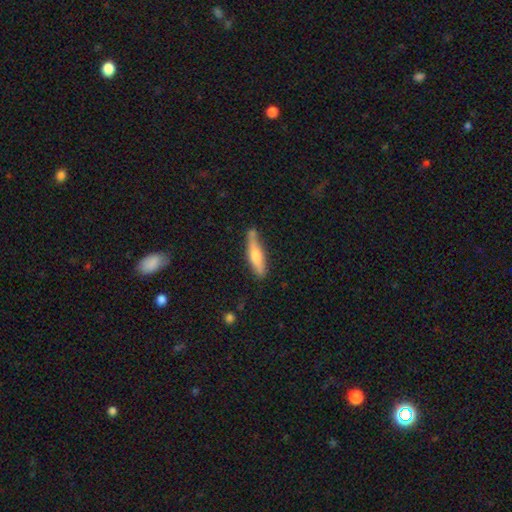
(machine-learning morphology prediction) This appears to be a smooth galaxy with no disk features (56%) that is cigar-shaped (79%). Merging: none (69%).